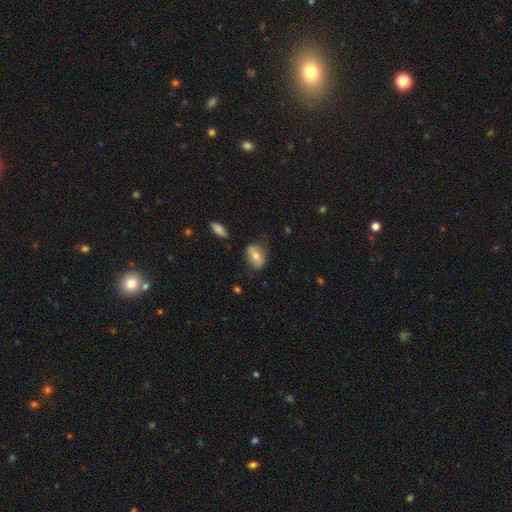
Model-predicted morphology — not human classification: Smooth or featured? Predicted: smooth (p=0.69). How rounded? Predicted: in between (p=0.83). Merging? Predicted: none (p=0.67).